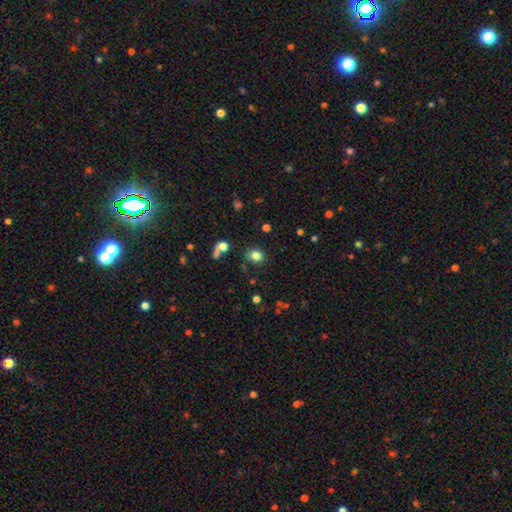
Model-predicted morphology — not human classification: Smooth or featured? Predicted: smooth (p=0.81). How rounded? Predicted: round (p=0.60). Merging? Predicted: none (p=0.81).